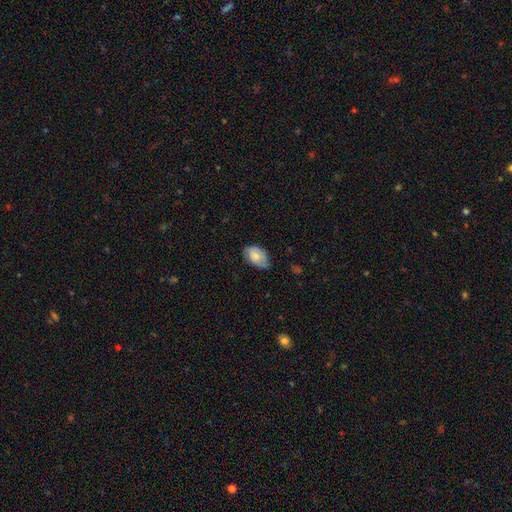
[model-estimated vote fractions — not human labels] The model was most divided on "merging": none: 57%, minor disturbance: 35%, major disturbance: 7%, merger: 1%. More confident: how rounded — in between (89%); smooth or featured — smooth (72%).